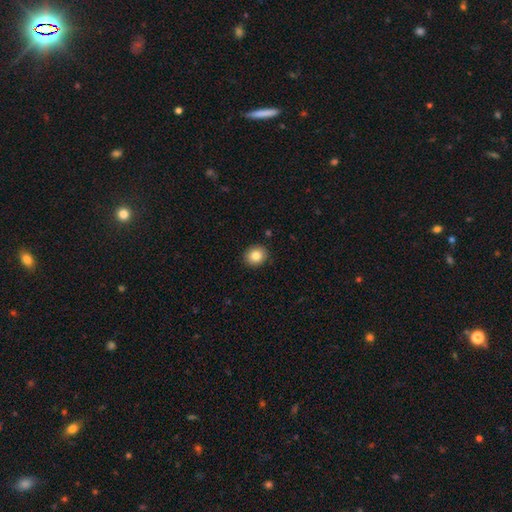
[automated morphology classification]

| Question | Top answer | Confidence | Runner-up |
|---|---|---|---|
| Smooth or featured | smooth | 83% | star or artifact (9%) |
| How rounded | round | 76% | in between (23%) |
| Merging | none | 90% | minor disturbance (7%) |